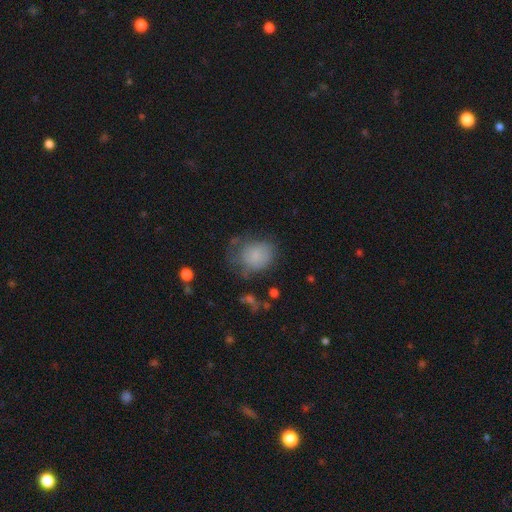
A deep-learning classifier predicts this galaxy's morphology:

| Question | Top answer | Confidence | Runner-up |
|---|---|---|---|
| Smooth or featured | smooth | 73% | featured or disk (17%) |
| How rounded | round | 54% | in between (45%) |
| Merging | none | 41% | minor disturbance (32%) |